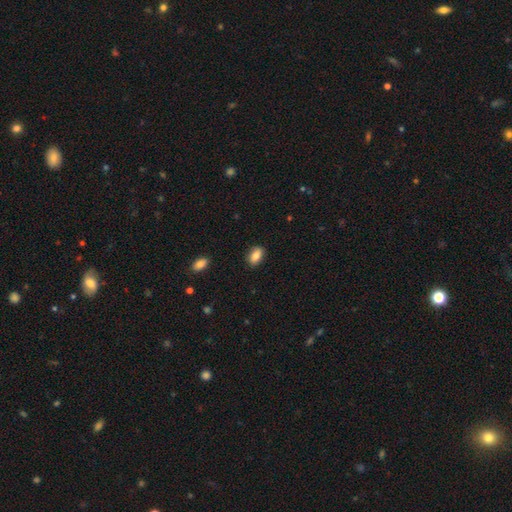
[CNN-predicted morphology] smooth-or-featured: smooth: 84% | featured or disk: 8% | star or artifact: 8%
  how-rounded: in between: 88% | round: 9% | cigar-shaped: 3%
  merging: none: 87% | minor disturbance: 10% | major disturbance: 2% | merger: 1%